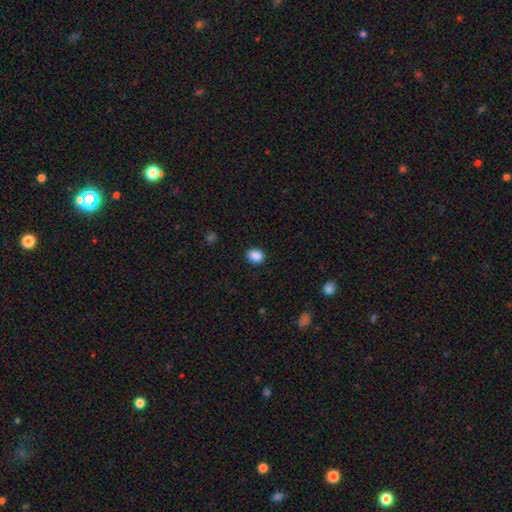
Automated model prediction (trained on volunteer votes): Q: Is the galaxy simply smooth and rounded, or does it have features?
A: smooth — 89%.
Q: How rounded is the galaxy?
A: in between — 56%.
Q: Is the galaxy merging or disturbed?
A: none — 88%.